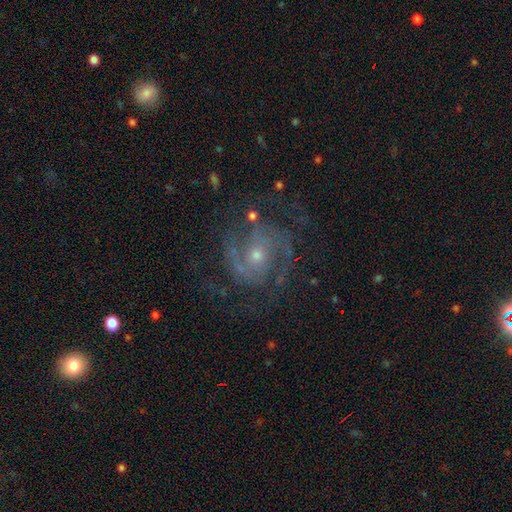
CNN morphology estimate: Overall: featured or disk (86%). Edge-on disk: no (98%). Bar: no (64%; weak 28%). Spiral arms: yes (95%). Spiral arm count: 2 (65%). Spiral winding: medium (48%; tight 39%). Bulge size: small (57%; moderate 39%). Merging: none (69%).